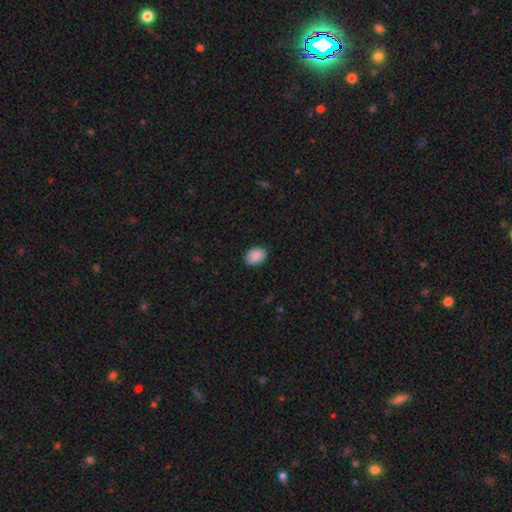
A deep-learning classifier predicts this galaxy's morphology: smooth-or-featured: smooth: 90% | star or artifact: 7% | featured or disk: 3%
  how-rounded: in between: 74% | round: 25% | cigar-shaped: 1%
  merging: none: 87% | minor disturbance: 10% | major disturbance: 2% | merger: 1%